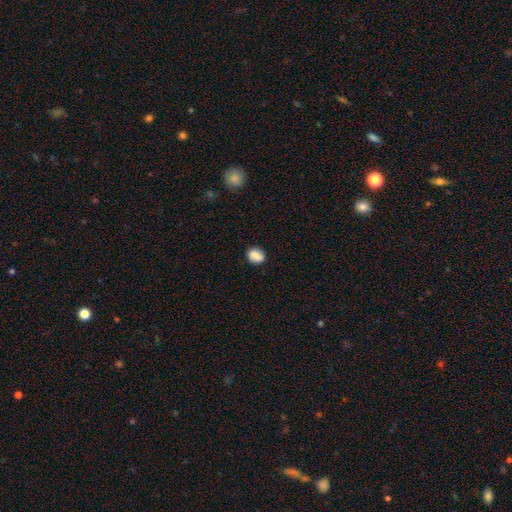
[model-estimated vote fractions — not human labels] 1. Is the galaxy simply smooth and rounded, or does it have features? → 81% smooth, 10% featured or disk, 9% star or artifact.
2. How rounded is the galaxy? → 59% in between, 39% round, 2% cigar-shaped.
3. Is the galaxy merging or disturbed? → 80% none, 14% minor disturbance, 3% major disturbance, 2% merger.